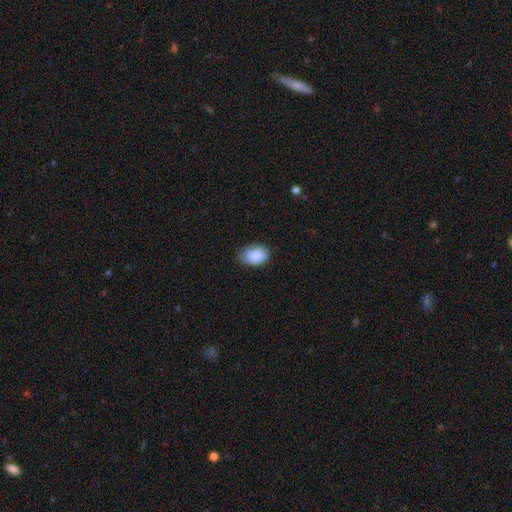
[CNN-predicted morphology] The model was most divided on "merging": none: 62%, minor disturbance: 31%, major disturbance: 6%, merger: 1%. More confident: how rounded — in between (82%); smooth or featured — smooth (81%).